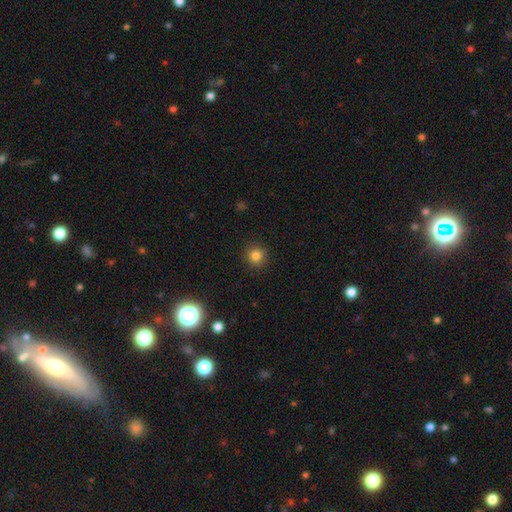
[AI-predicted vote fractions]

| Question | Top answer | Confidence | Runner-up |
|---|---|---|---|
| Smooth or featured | smooth | 82% | star or artifact (13%) |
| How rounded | round | 93% | in between (6%) |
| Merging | none | 91% | minor disturbance (6%) |